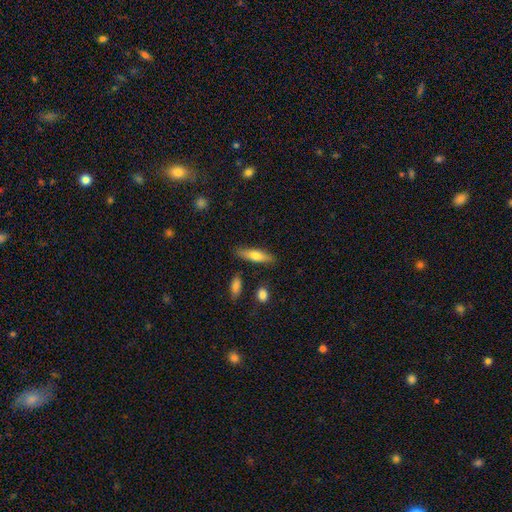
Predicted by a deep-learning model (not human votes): A smooth galaxy with no disk features (66%) that is cigar-shaped (60%).

Vote fractions:
- Smooth or featured? smooth: 66% / featured or disk: 28% / star or artifact: 6%
- How rounded? cigar-shaped: 60% / in between: 38% / round: 2%
- Merging? none: 80% / minor disturbance: 13% / merger: 3% / major disturbance: 3%